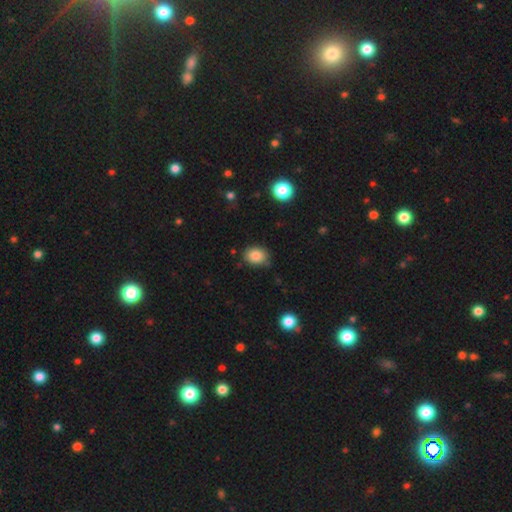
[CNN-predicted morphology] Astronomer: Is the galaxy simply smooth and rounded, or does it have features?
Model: smooth — 84%.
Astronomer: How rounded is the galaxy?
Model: in between — 59% (runner-up: round, 40%).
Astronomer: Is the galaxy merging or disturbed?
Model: none — 79%.